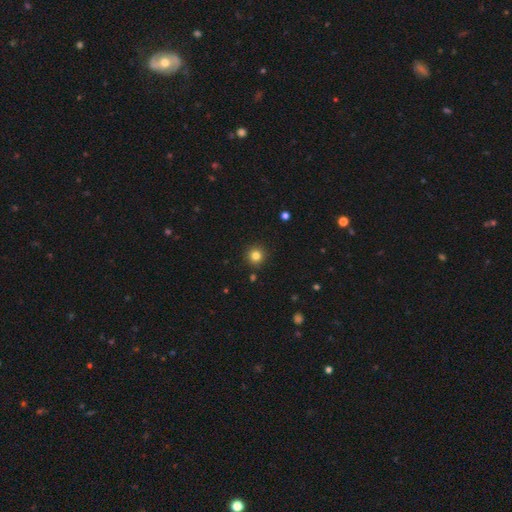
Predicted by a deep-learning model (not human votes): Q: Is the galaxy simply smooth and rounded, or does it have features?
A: smooth — 82%.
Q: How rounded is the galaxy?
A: round — 95%.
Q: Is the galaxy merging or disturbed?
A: none — 91%.